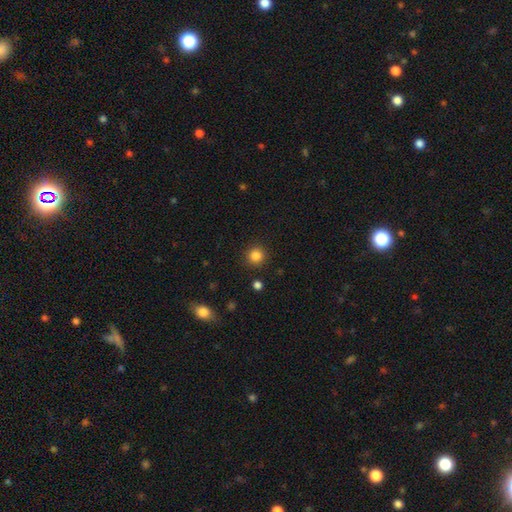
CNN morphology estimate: Overall: smooth (85%). How rounded: round (93%). Merging: none (90%).